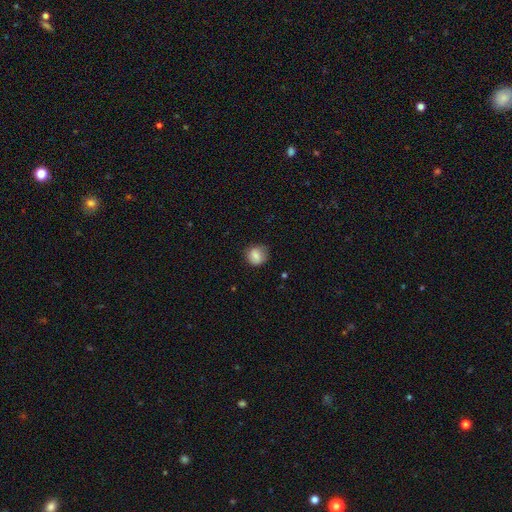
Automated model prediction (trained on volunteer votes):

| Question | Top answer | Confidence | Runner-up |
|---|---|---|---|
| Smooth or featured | smooth | 81% | featured or disk (10%) |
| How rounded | round | 75% | in between (23%) |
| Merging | none | 73% | minor disturbance (20%) |